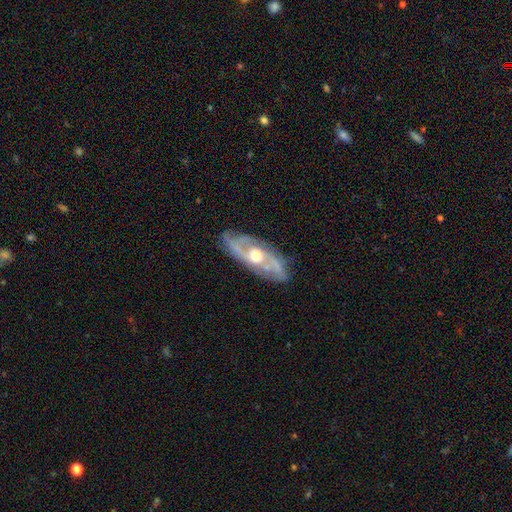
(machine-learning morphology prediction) Overall: featured or disk (84%). Edge-on disk: no (88%). Bar: no (66%; weak 27%). Spiral arms: yes (92%). Spiral arm count: 2 (62%). Spiral winding: medium (47%; tight 32%). Bulge size: moderate (73%). Merging: none (77%).